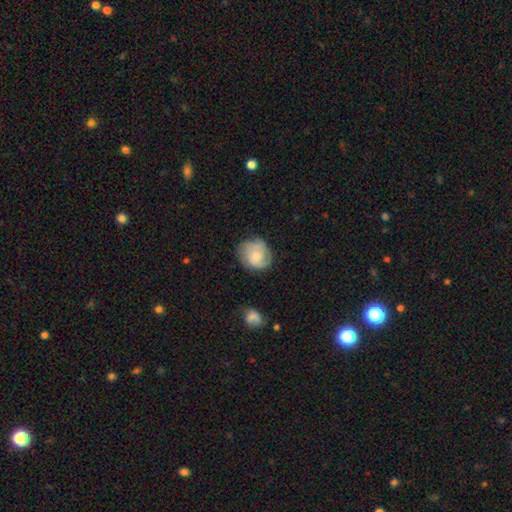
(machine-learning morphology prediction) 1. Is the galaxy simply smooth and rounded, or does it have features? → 49% smooth, 44% featured or disk, 7% star or artifact.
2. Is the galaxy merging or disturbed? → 63% none, 25% minor disturbance, 9% major disturbance, 2% merger.